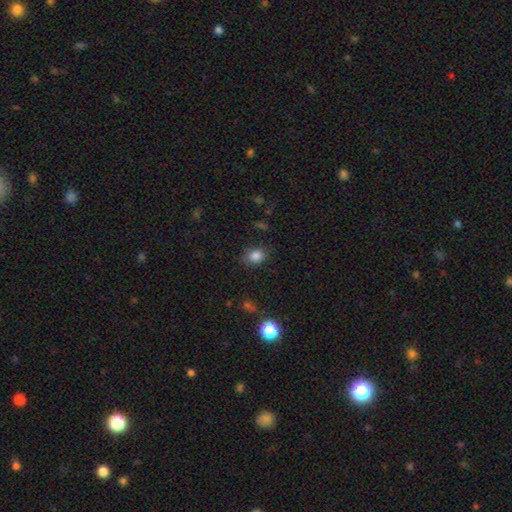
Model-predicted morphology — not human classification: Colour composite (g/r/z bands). It shows a smooth galaxy with no disk features (83%) that is in between round and cigar-shaped (57%). Merging: none (76%).